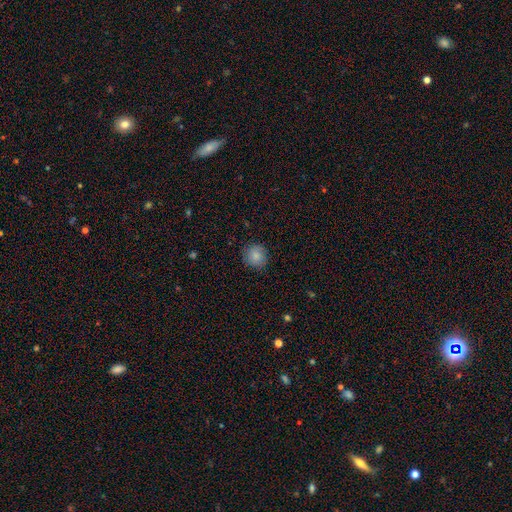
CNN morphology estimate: smooth-or-featured: smooth: 83% | star or artifact: 8% | featured or disk: 8%
  how-rounded: round: 88% | in between: 11% | cigar-shaped: 1%
  merging: none: 85% | minor disturbance: 11% | major disturbance: 3% | merger: 1%